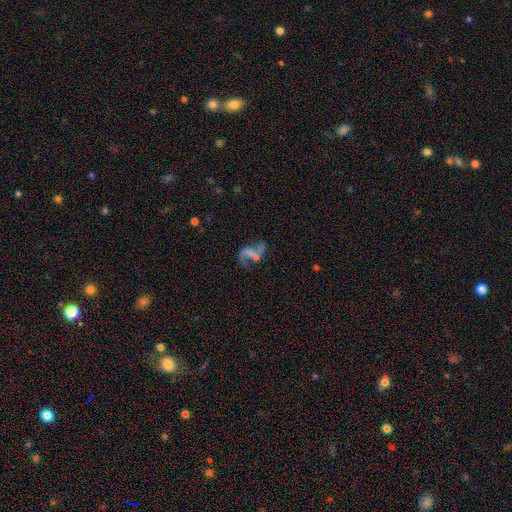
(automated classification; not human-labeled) featured or disk 40%, star or artifact 33%, smooth 26%. Down the decision tree: merging — none (53%).